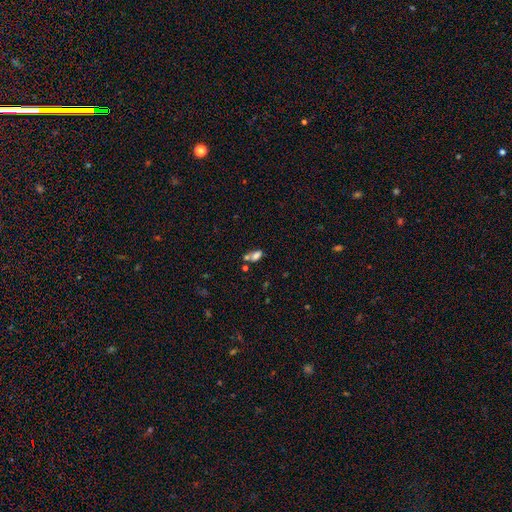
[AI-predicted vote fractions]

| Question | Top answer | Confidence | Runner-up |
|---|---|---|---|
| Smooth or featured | smooth | 72% | star or artifact (15%) |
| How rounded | in between | 83% | round (10%) |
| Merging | none | 43% | merger (37%) |